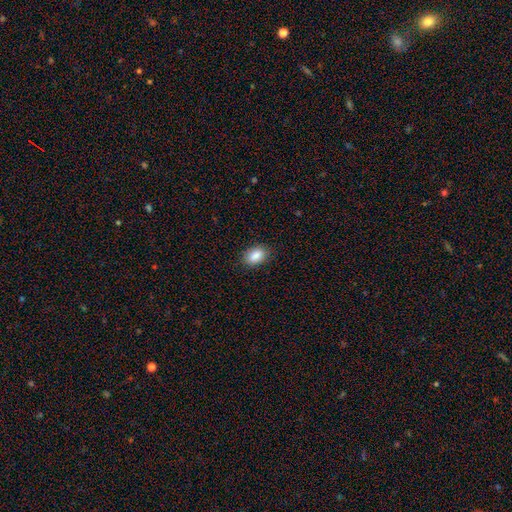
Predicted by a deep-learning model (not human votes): A smooth galaxy with no disk features (88%) that is in between round and cigar-shaped (89%).

Vote fractions:
- Smooth or featured? smooth: 88% / star or artifact: 8% / featured or disk: 5%
- How rounded? in between: 89% / round: 10% / cigar-shaped: 2%
- Merging? none: 87% / minor disturbance: 10% / major disturbance: 2% / merger: 1%